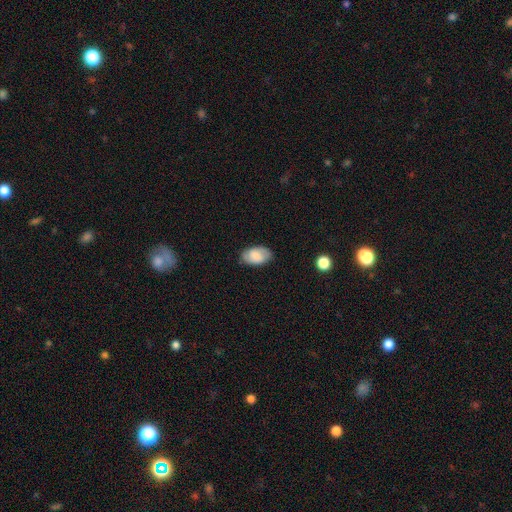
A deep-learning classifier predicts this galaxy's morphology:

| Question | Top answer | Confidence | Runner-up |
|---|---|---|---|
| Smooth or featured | smooth | 61% | featured or disk (31%) |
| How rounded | in between | 93% | round (5%) |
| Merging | none | 80% | minor disturbance (16%) |